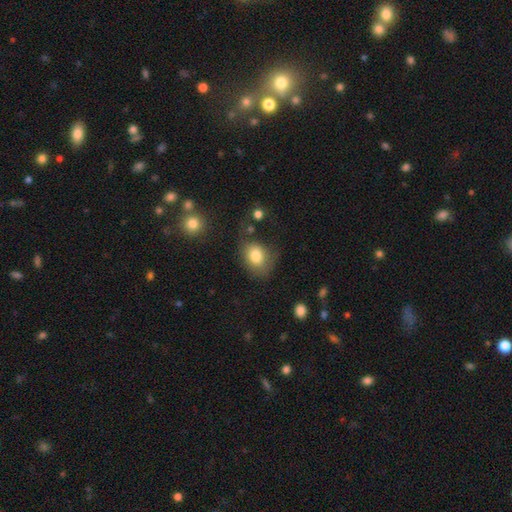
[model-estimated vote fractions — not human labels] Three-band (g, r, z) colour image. It shows a smooth galaxy with no disk features (79%) that is in between round and cigar-shaped (56%). Merging: none (51%).